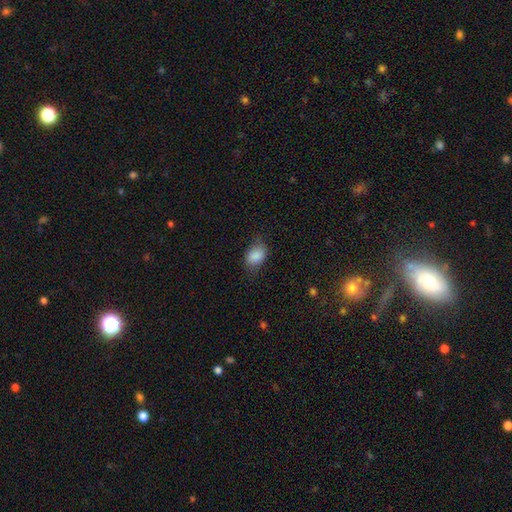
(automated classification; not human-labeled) This is clearly a smooth galaxy (87%). How rounded: likely in between (77%). Merging: likely none (66%).